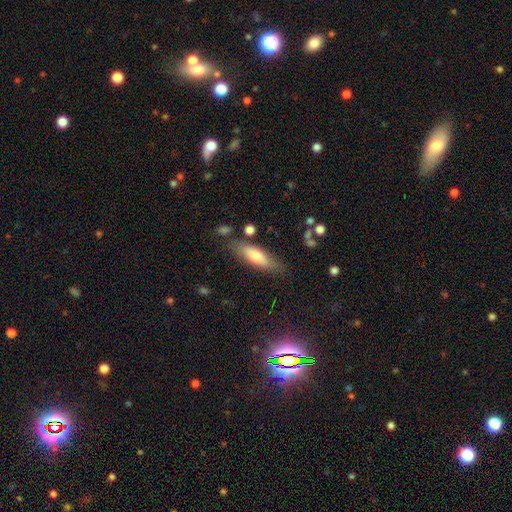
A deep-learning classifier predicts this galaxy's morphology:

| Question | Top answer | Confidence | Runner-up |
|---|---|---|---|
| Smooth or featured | smooth | 66% | featured or disk (27%) |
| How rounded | cigar-shaped | 49% | tied: in between (49%) |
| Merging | none | 75% | minor disturbance (16%) |